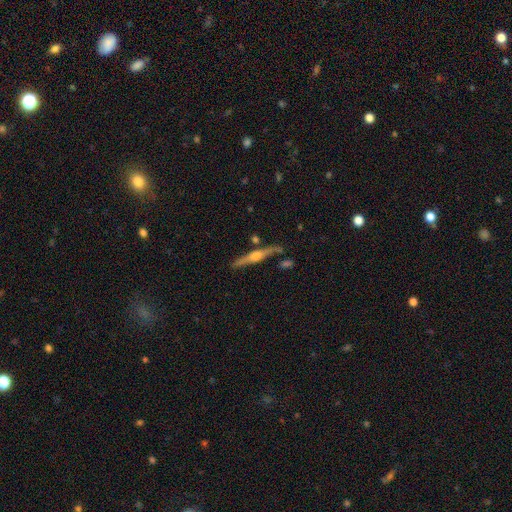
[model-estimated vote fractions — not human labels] featured or disk 81%, smooth 13%, star or artifact 6%. Down the decision tree: edge-on disk — yes (98%); edge-on bulge — rounded (87%); merging — none (84%).